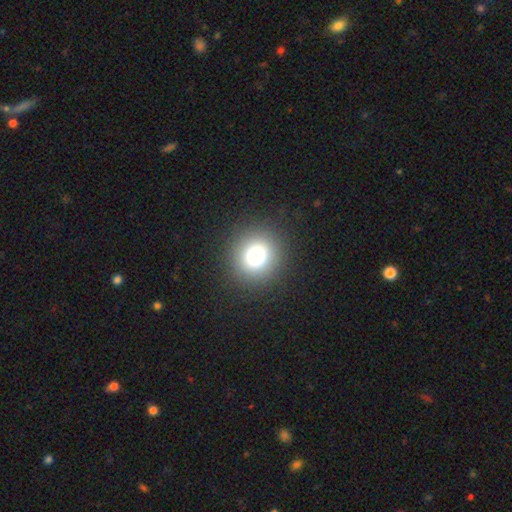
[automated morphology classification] Smooth or featured? smooth (77%)
How rounded? round (89%)
Merging? none (90%)